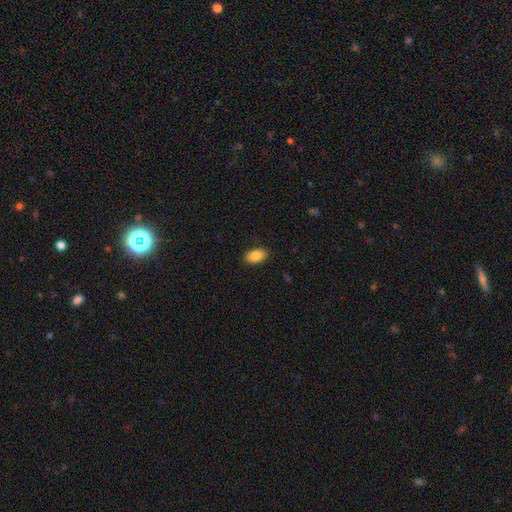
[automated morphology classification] This appears to be a smooth galaxy with no disk features (84%) that is in between round and cigar-shaped (92%). Merging: none (89%).